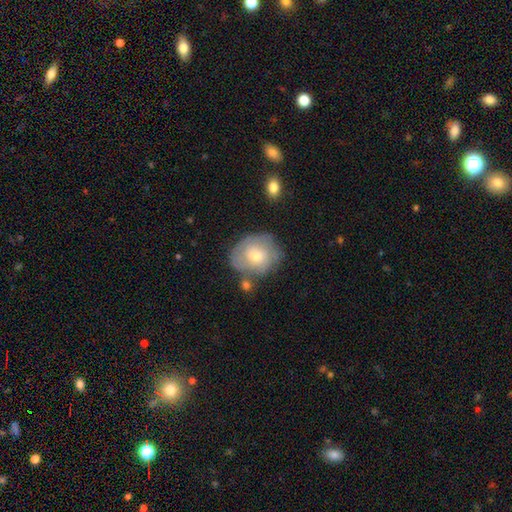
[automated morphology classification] Smooth or featured? Predicted: smooth (p=0.48). Merging? Predicted: none (p=0.62).